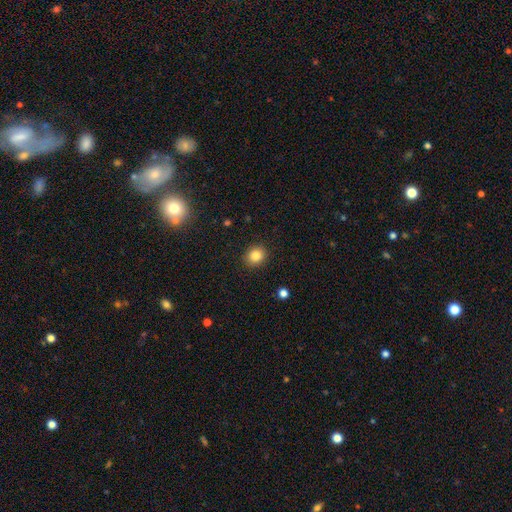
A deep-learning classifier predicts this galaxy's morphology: smooth-or-featured: smooth: 85% | star or artifact: 10% | featured or disk: 5%
  how-rounded: round: 75% | in between: 24% | cigar-shaped: 1%
  merging: none: 90% | minor disturbance: 7% | major disturbance: 2% | merger: 1%